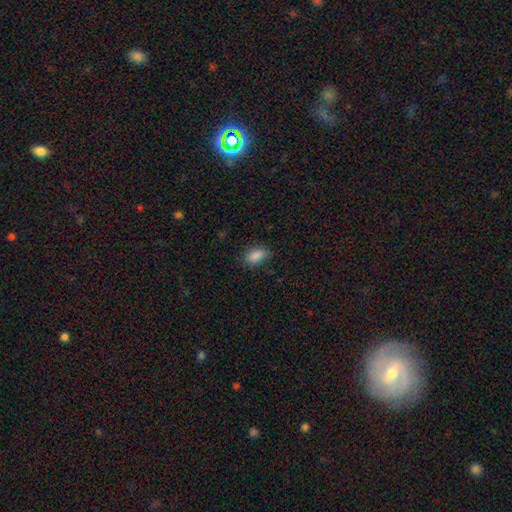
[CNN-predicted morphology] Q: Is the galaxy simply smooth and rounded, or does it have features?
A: smooth — 88%.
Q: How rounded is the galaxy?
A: in between — 89%.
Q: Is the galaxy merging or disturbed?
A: none — 81%.